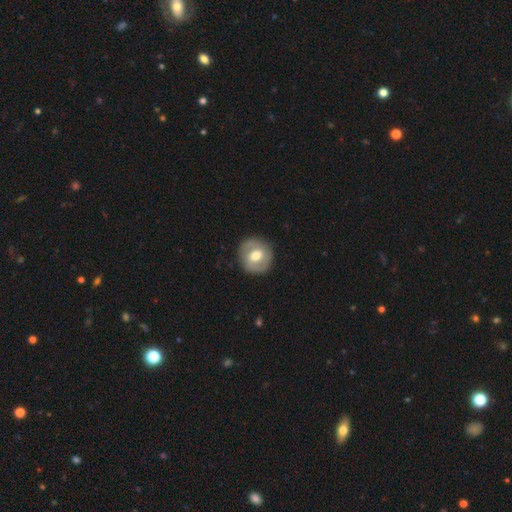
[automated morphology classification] Smooth or featured? smooth (50%)
Merging? none (87%)